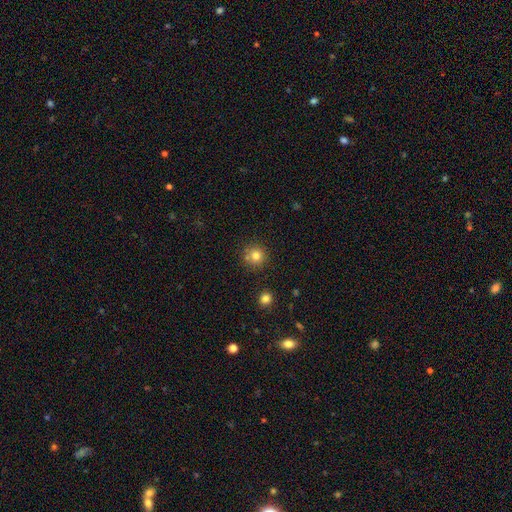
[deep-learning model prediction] Smooth or featured? Predicted: smooth (p=0.79). How rounded? Predicted: round (p=0.94). Merging? Predicted: none (p=0.79).